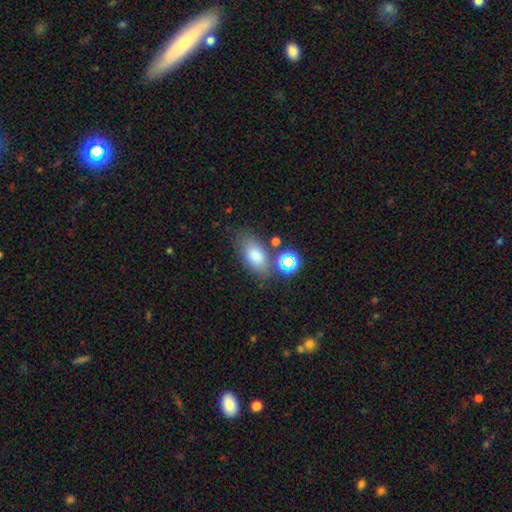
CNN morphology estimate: The model was most divided on "merging": none: 66%, minor disturbance: 17%, merger: 11%, major disturbance: 6%. More confident: how rounded — in between (86%); smooth or featured — smooth (77%).